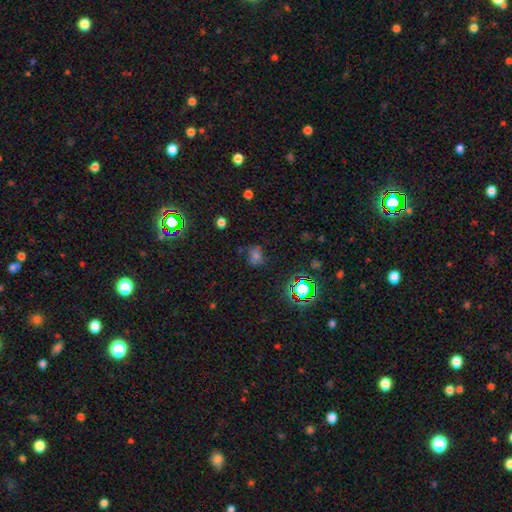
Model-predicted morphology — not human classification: Smooth or featured: smooth — 54% (star or artifact — 36%)
How rounded: round — 62% (in between — 36%)
Merging: none — 71% (minor disturbance — 18%)